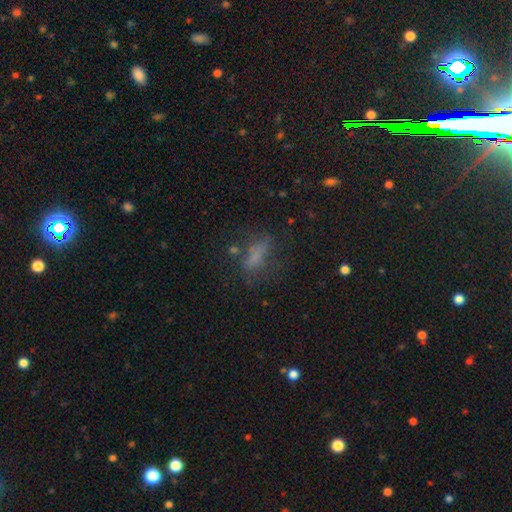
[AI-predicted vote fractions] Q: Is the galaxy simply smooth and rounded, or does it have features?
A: smooth — 59%.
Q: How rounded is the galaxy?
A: in between — 66%.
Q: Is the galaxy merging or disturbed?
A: none — 48%.